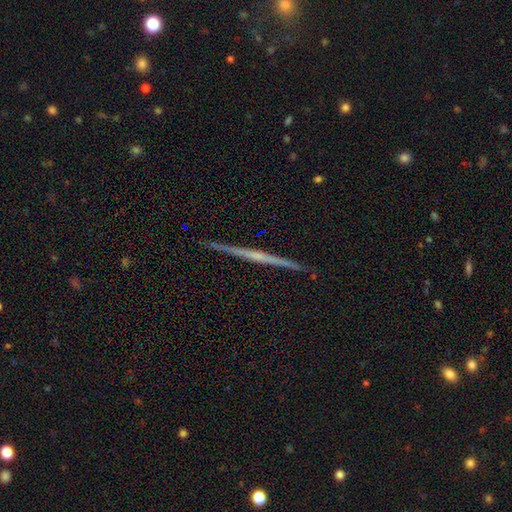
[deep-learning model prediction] The model was most divided on "edge-on bulge": none: 59%, rounded: 32%, boxy: 9%. More confident: edge-on disk — yes (98%); merging — none (92%); smooth or featured — featured or disk (75%).